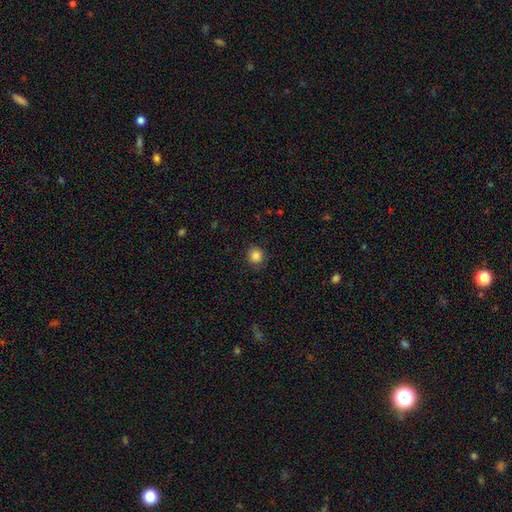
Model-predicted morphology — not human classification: This appears to be a smooth galaxy with no disk features (85%) that is round (83%). Merging: none (83%).